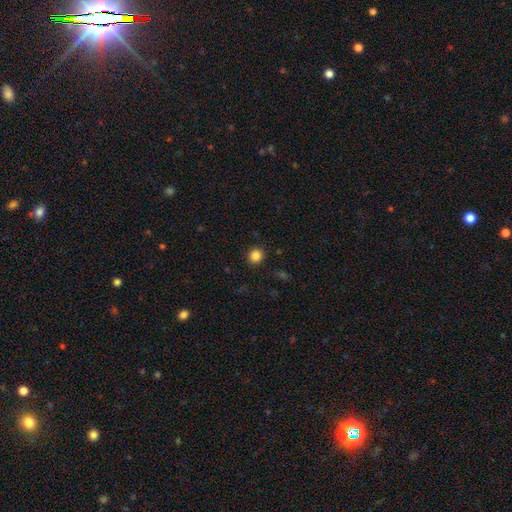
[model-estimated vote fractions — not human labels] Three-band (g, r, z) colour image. It shows a smooth galaxy with no disk features (85%) that is round (91%). Merging: none (92%).